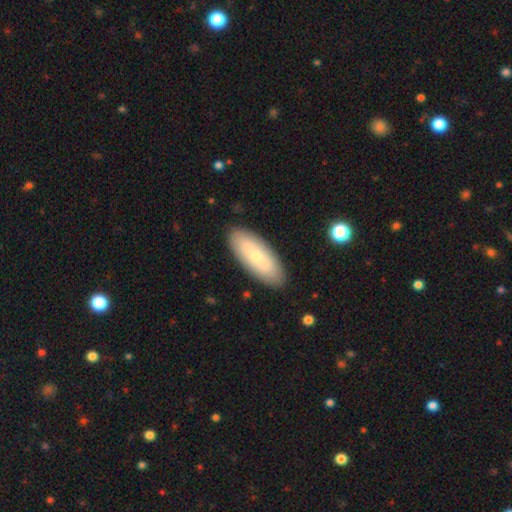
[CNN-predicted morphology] smooth_or_featured: smooth (p=0.62) [alt: featured or disk p=0.32]
how_rounded: in between (p=0.78) [alt: cigar-shaped p=0.20]
merging: none (p=0.88) [alt: minor disturbance p=0.09]